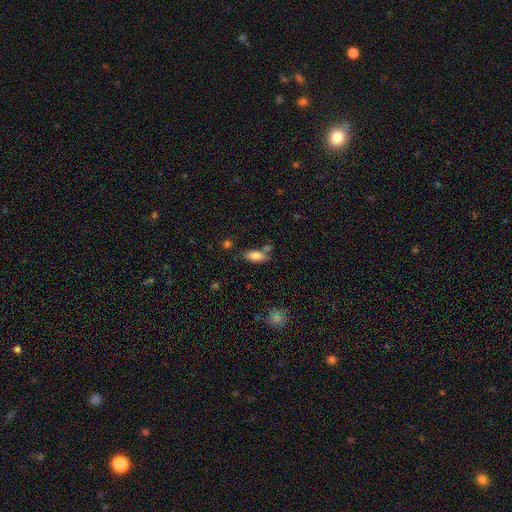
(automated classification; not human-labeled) Smooth or featured? smooth (81%)
How rounded? in between (82%)
Merging? none (63%)